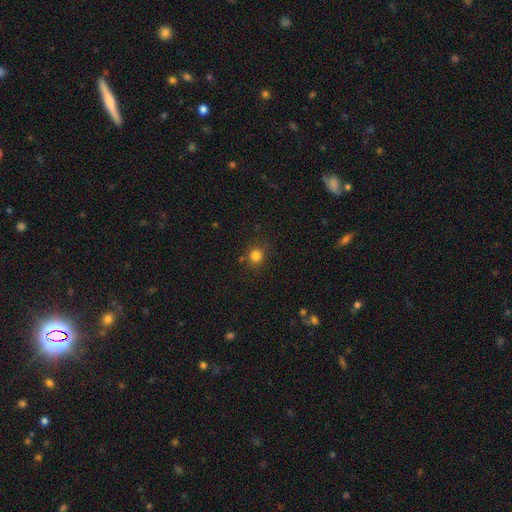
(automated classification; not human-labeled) Smooth or featured?
  - smooth: 82% *
  - star or artifact: 14%
  - featured or disk: 5%
How rounded?
  - round: 91% *
  - in between: 8%
  - cigar-shaped: 1%
Merging?
  - none: 85% *
  - minor disturbance: 9%
  - merger: 4%
  - major disturbance: 3%